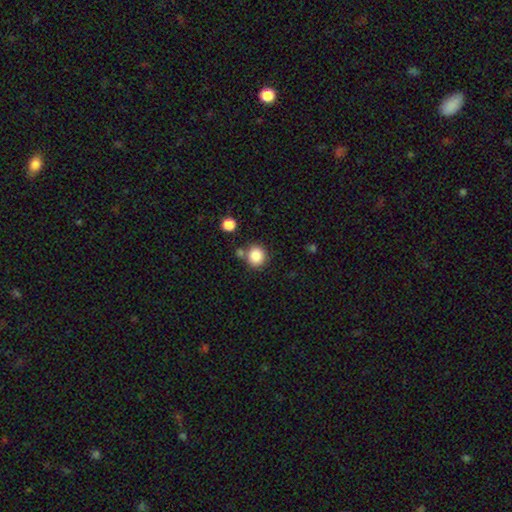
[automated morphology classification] Overall: smooth (86%). How rounded: round (87%). Merging: none (74%).